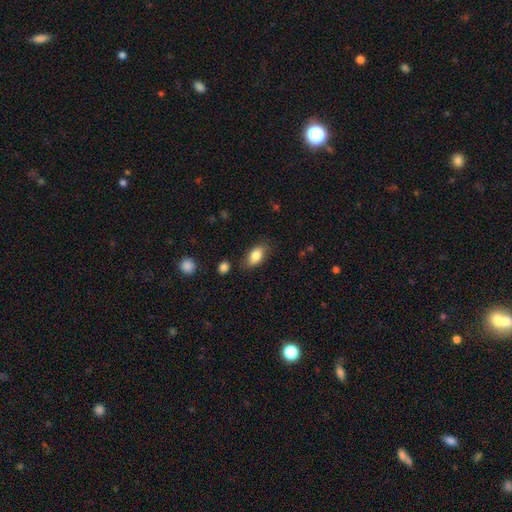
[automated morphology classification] Smooth or featured? smooth (82%)
How rounded? in between (89%)
Merging? none (80%)